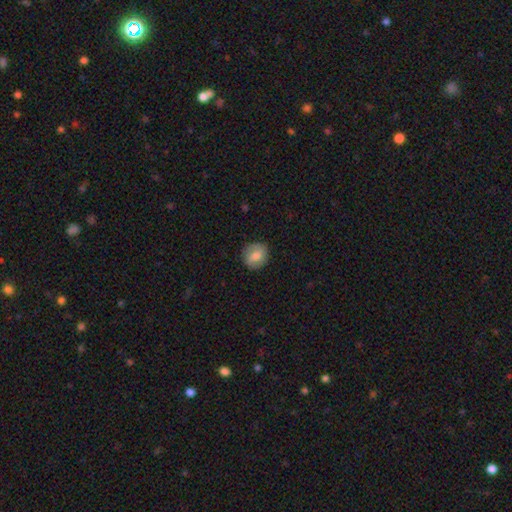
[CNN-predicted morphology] The model was most divided on "smooth or featured": smooth: 66%, featured or disk: 26%, star or artifact: 8%. More confident: merging — none (82%); how rounded — round (74%).